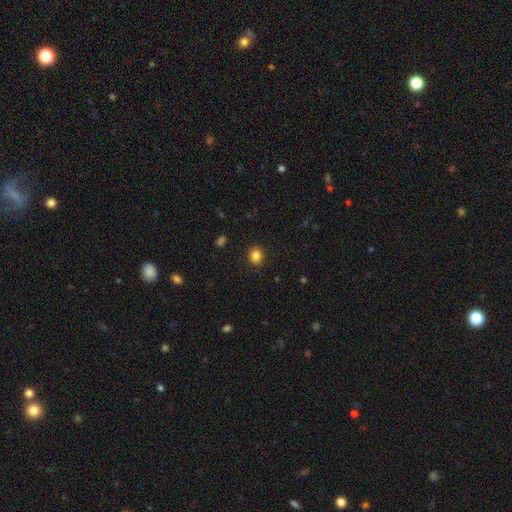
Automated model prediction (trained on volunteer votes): smooth-or-featured: smooth: 85% | star or artifact: 11% | featured or disk: 4%
  how-rounded: round: 69% | in between: 30% | cigar-shaped: 1%
  merging: none: 90% | minor disturbance: 7% | major disturbance: 2% | merger: 1%